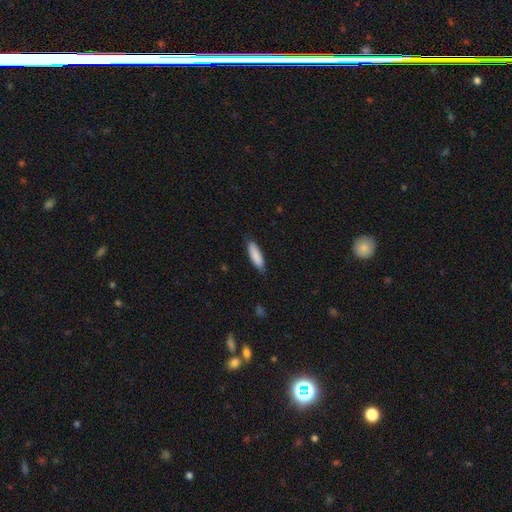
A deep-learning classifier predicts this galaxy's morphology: Smooth or featured? smooth (87%)
How rounded? cigar-shaped (58%)
Merging? none (82%)